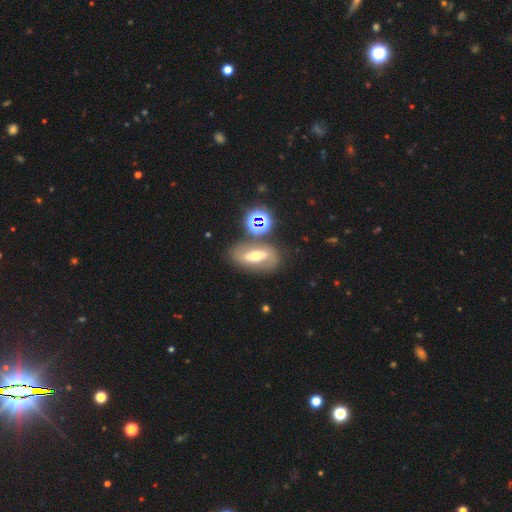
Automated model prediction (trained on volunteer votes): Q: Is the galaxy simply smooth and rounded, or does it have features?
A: featured or disk — 59%.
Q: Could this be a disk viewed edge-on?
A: no — 88%.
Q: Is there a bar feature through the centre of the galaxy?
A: strong — 41%.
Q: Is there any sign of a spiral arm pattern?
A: yes — 66%.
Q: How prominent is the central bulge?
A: moderate — 64%.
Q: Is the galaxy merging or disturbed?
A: none — 69%.